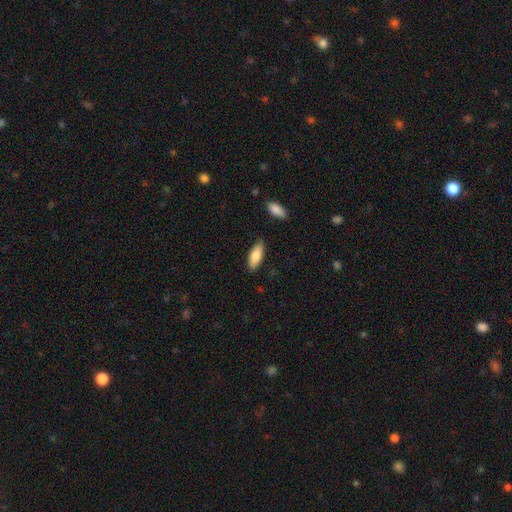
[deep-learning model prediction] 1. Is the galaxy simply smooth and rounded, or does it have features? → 82% smooth, 12% featured or disk, 6% star or artifact.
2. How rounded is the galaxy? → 74% in between, 24% cigar-shaped, 2% round.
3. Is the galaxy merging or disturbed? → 86% none, 10% minor disturbance, 2% major disturbance, 2% merger.